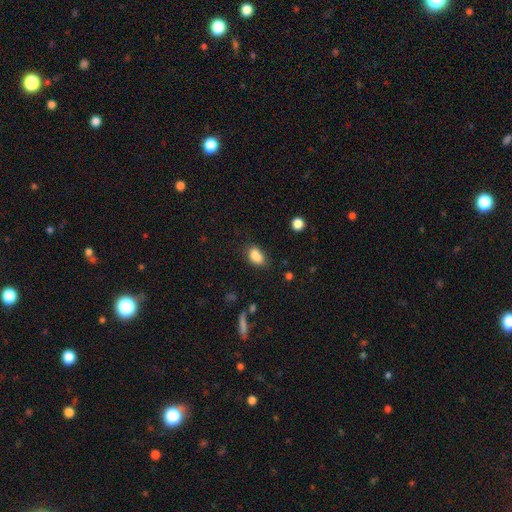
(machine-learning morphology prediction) smooth_or_featured: smooth (p=0.83) [alt: star or artifact p=0.10]
how_rounded: in between (p=0.85) [alt: round p=0.12]
merging: none (p=0.57) [alt: minor disturbance p=0.24]